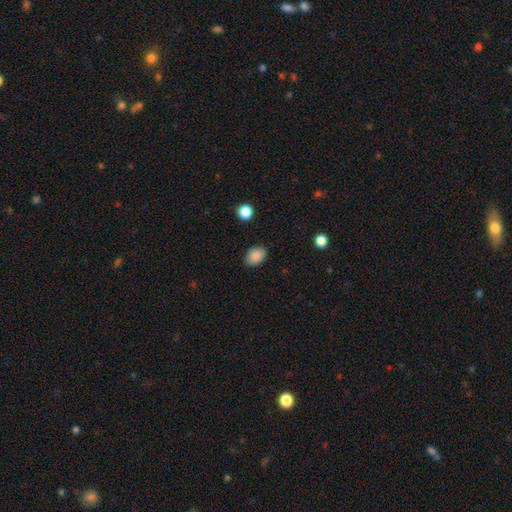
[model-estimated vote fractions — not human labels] Smooth or featured?
  - smooth: 87% *
  - star or artifact: 8%
  - featured or disk: 4%
How rounded?
  - in between: 82% *
  - round: 17%
  - cigar-shaped: 1%
Merging?
  - none: 87% *
  - minor disturbance: 10%
  - major disturbance: 2%
  - merger: 1%